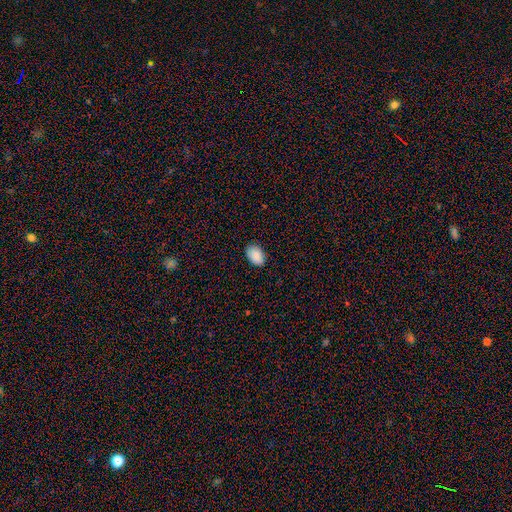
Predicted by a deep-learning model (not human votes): Smooth or featured: smooth — 89% (star or artifact — 7%)
How rounded: in between — 85% (round — 13%)
Merging: none — 85% (minor disturbance — 12%)